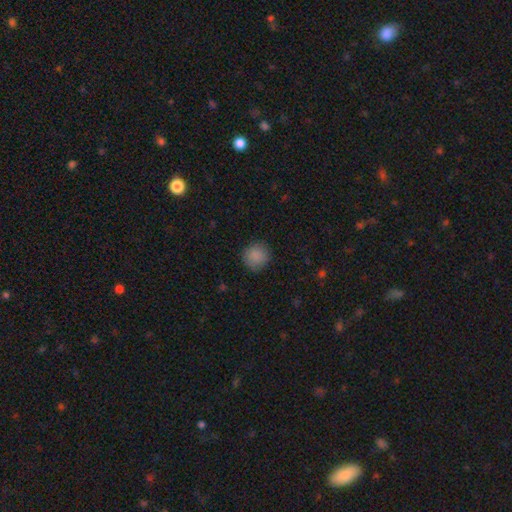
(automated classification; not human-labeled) Smooth or featured? smooth (87%)
How rounded? round (93%)
Merging? none (88%)